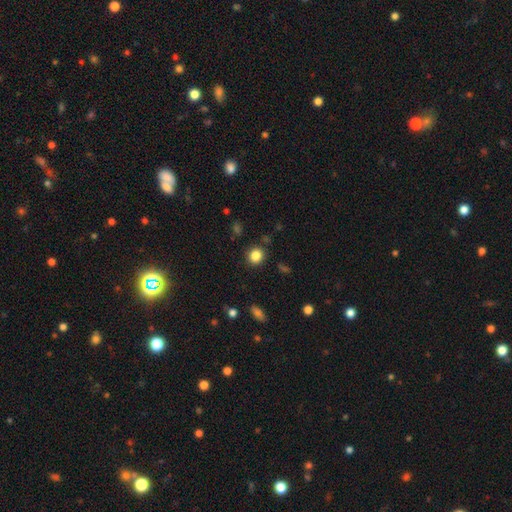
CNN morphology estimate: A smooth galaxy with no disk features (84%) that is round (83%). Merging: none (89%).